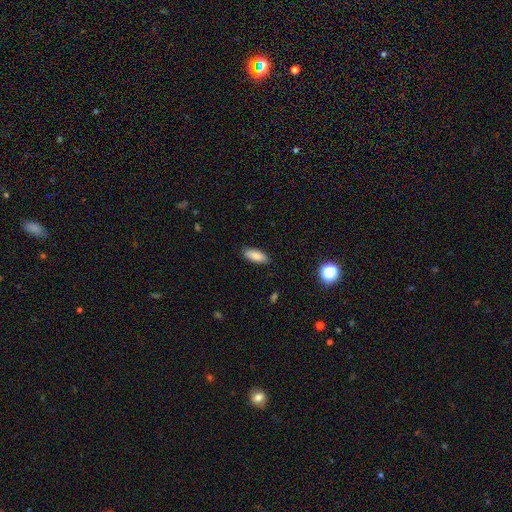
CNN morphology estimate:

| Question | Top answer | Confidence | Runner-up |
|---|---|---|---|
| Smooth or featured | smooth | 85% | featured or disk (7%) |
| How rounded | in between | 80% | cigar-shaped (18%) |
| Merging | none | 87% | minor disturbance (9%) |